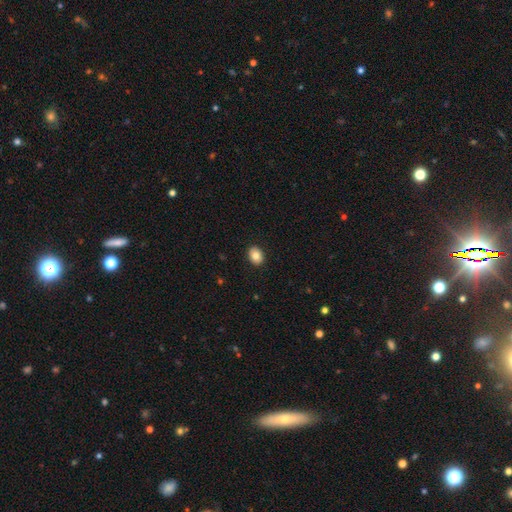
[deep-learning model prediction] A smooth galaxy with no disk features (82%) that is in between round and cigar-shaped (66%).

Vote fractions:
- Smooth or featured? smooth: 82% / featured or disk: 10% / star or artifact: 8%
- How rounded? in between: 66% / round: 33% / cigar-shaped: 1%
- Merging? none: 90% / minor disturbance: 7% / major disturbance: 2% / merger: 1%